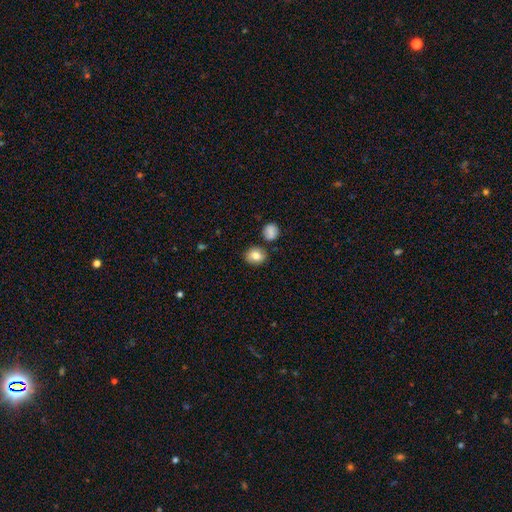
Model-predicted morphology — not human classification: A smooth galaxy with no disk features (80%) that is round (71%).

Vote fractions:
- Smooth or featured? smooth: 80% / featured or disk: 10% / star or artifact: 9%
- How rounded? round: 71% / in between: 28% / cigar-shaped: 1%
- Merging? none: 80% / minor disturbance: 11% / merger: 6% / major disturbance: 3%